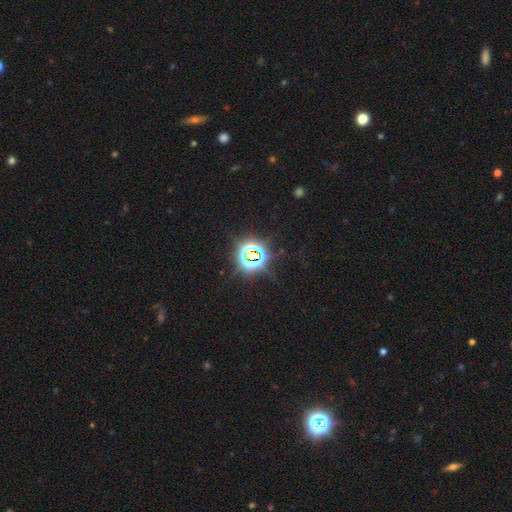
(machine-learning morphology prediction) Q: Smooth or featured?
A: star or artifact (82%); runner-up: smooth (11%)